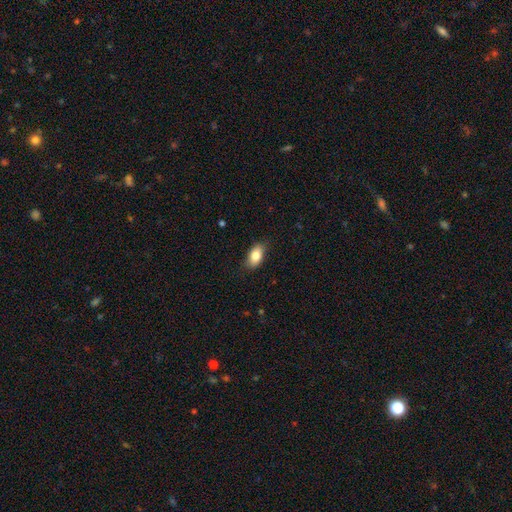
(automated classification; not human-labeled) Q: Smooth or featured?
A: smooth (82%); runner-up: featured or disk (11%)
Q: How rounded?
A: in between (90%); runner-up: round (6%)
Q: Merging?
A: none (83%); runner-up: minor disturbance (14%)